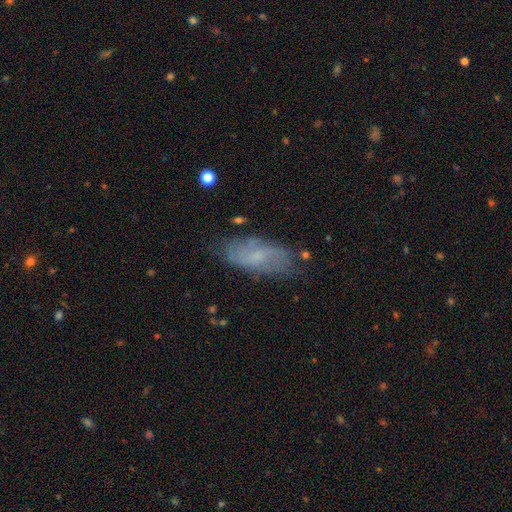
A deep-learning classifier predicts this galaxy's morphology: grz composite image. It shows a featured or disk galaxy (46%). Merging: none (71%).